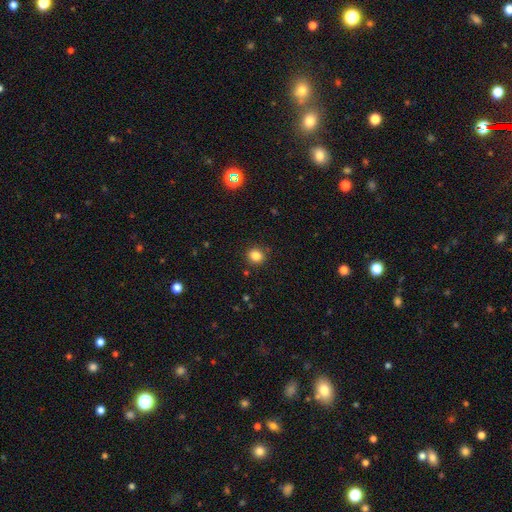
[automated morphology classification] Q: Smooth or featured?
A: smooth (83%); runner-up: star or artifact (12%)
Q: How rounded?
A: round (82%); runner-up: in between (17%)
Q: Merging?
A: none (89%); runner-up: minor disturbance (7%)